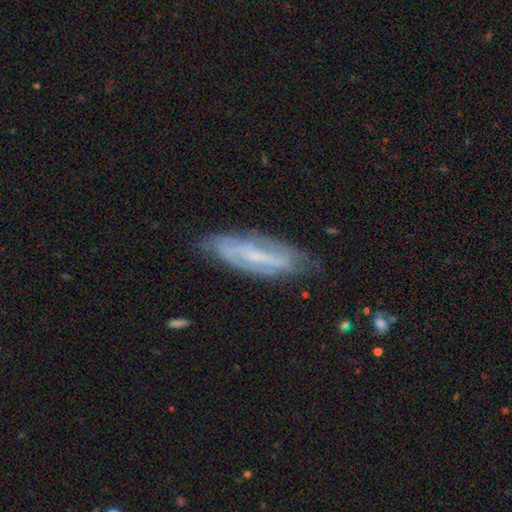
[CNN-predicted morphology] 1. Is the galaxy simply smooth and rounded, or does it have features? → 69% featured or disk, 23% smooth, 8% star or artifact.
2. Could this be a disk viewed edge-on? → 75% no, 25% yes.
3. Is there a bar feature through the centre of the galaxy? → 41% strong, 38% weak, 21% no.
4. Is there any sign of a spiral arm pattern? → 76% yes, 24% no.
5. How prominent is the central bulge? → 53% small, 23% none, 20% moderate, 2% large, 1% dominant.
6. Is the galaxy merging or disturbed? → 72% none, 21% minor disturbance, 6% major disturbance, 2% merger.